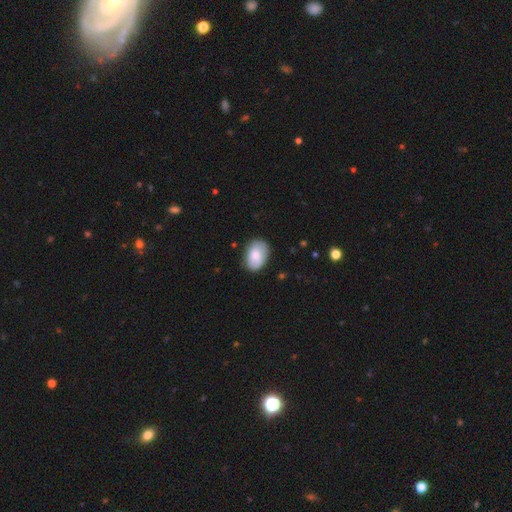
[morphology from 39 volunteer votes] Q: Smooth or featured?
A: smooth (85%); runner-up: featured or disk (8%)
Q: How rounded?
A: in between (73%); runner-up: round (27%)
Q: Merging?
A: none (69%); runner-up: minor disturbance (28%)